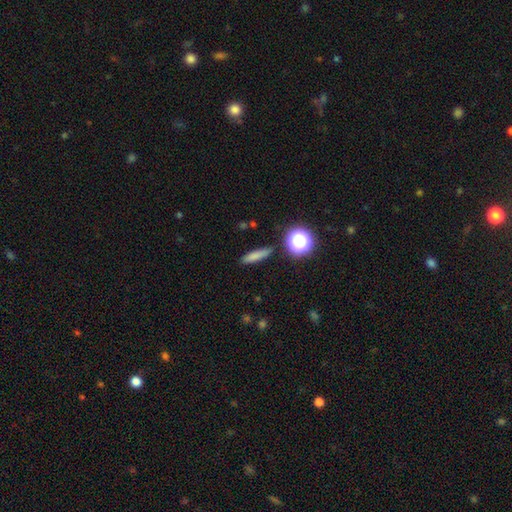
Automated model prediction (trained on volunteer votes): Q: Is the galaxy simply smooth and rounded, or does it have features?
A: smooth — 76%.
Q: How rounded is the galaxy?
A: cigar-shaped — 74%.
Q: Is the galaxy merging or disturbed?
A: none — 87%.